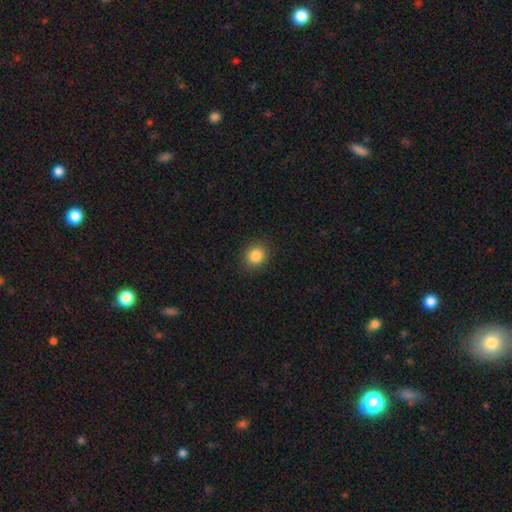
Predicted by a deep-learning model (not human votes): Smooth or featured? Predicted: smooth (p=0.84). How rounded? Predicted: round (p=0.78). Merging? Predicted: none (p=0.90).